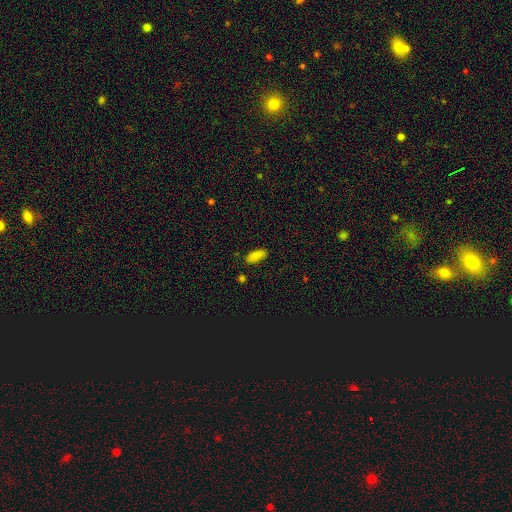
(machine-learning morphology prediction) Q: Smooth or featured?
A: smooth (84%); runner-up: star or artifact (10%)
Q: How rounded?
A: in between (85%); runner-up: cigar-shaped (12%)
Q: Merging?
A: none (82%); runner-up: minor disturbance (13%)